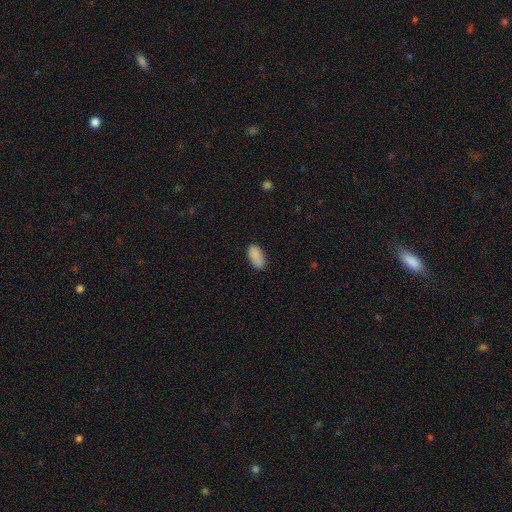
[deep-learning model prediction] This appears to be a smooth galaxy with no disk features (88%) that is in between round and cigar-shaped (93%). Merging: none (77%).